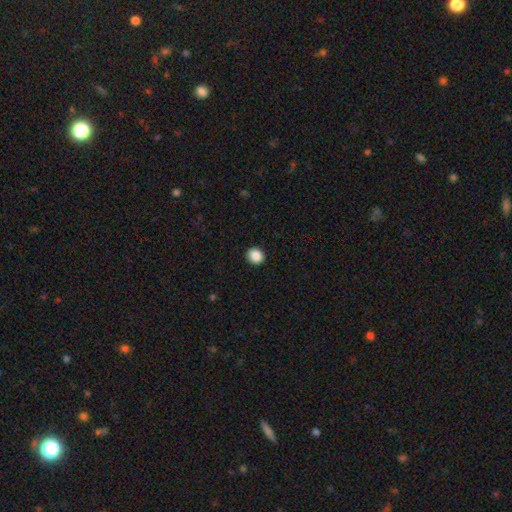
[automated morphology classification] This appears to be a smooth galaxy with no disk features (88%) that is round (83%). Merging: none (90%).